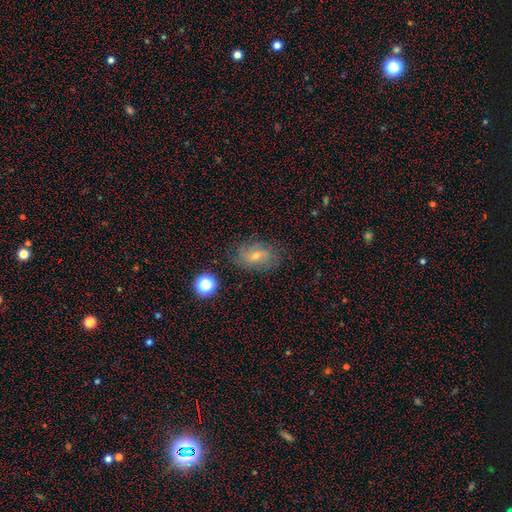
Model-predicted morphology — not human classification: Smooth or featured: featured or disk — 44% (smooth — 39%)
Merging: none — 78% (minor disturbance — 15%)